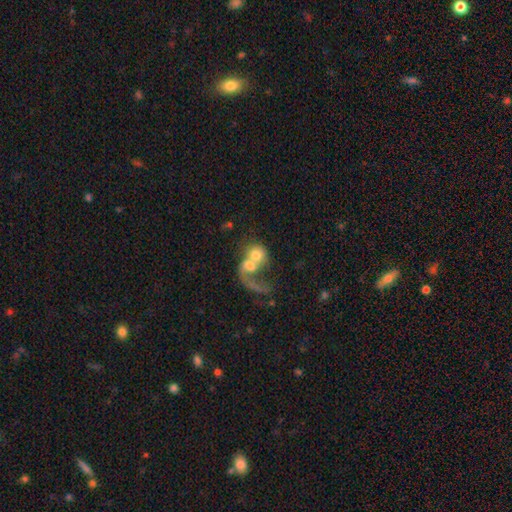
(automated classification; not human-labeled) smooth_or_featured: featured or disk (p=0.47) [alt: smooth p=0.44]
merging: merger (p=0.76) [alt: major disturbance p=0.12]